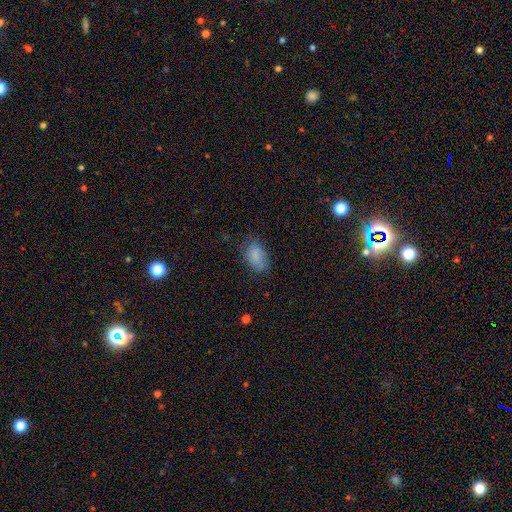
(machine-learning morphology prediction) The model was most divided on "merging": none: 69%, minor disturbance: 23%, major disturbance: 6%, merger: 2%. More confident: how rounded — in between (91%); smooth or featured — smooth (83%).